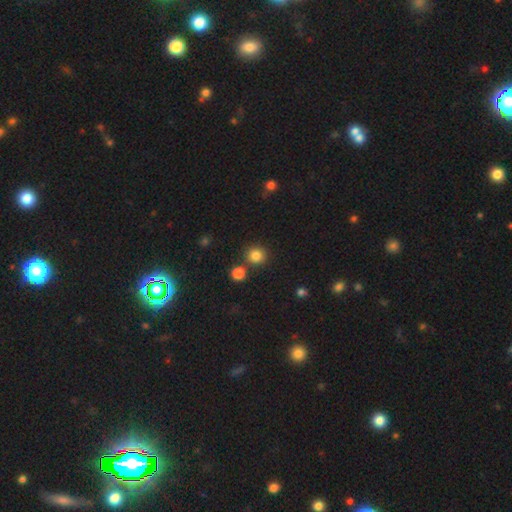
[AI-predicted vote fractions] A smooth galaxy with no disk features (83%) that is round (90%). Merging: none (79%).